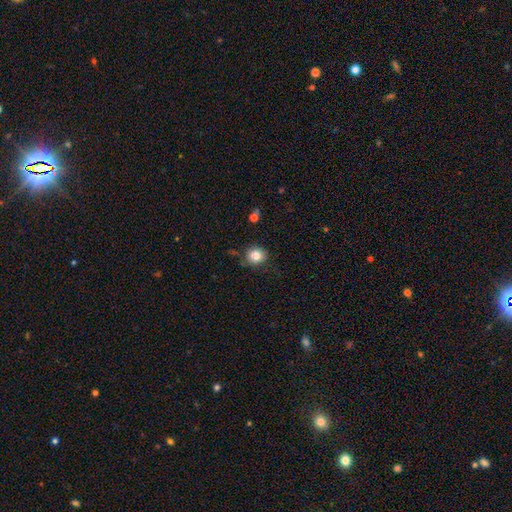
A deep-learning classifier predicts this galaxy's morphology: This appears to be a smooth galaxy with no disk features (82%) that is round (83%). Merging: none (80%).